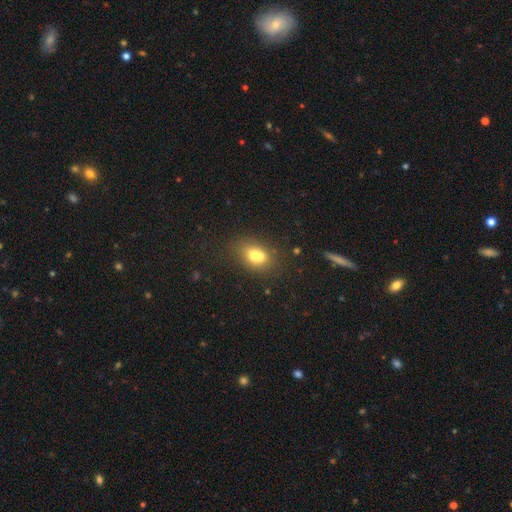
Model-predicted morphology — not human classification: smooth-or-featured: smooth: 67% | featured or disk: 21% | star or artifact: 12%
  how-rounded: in between: 58% | round: 40% | cigar-shaped: 2%
  merging: merger: 53% | none: 33% | minor disturbance: 10% | major disturbance: 4%